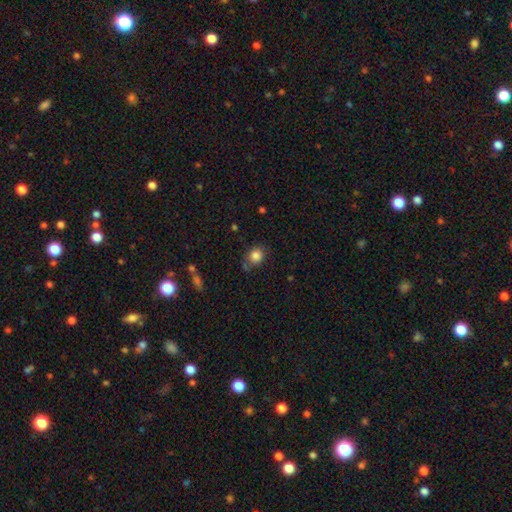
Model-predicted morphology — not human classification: Overall: smooth (84%). How rounded: round (74%). Merging: none (72%).